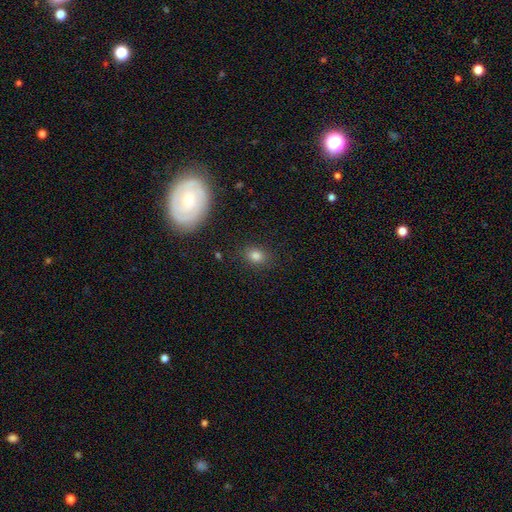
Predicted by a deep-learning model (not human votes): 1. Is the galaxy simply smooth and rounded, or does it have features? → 81% smooth, 13% star or artifact, 6% featured or disk.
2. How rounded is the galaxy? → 58% in between, 41% round, 2% cigar-shaped.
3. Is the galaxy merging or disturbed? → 85% none, 10% minor disturbance, 3% major disturbance, 2% merger.